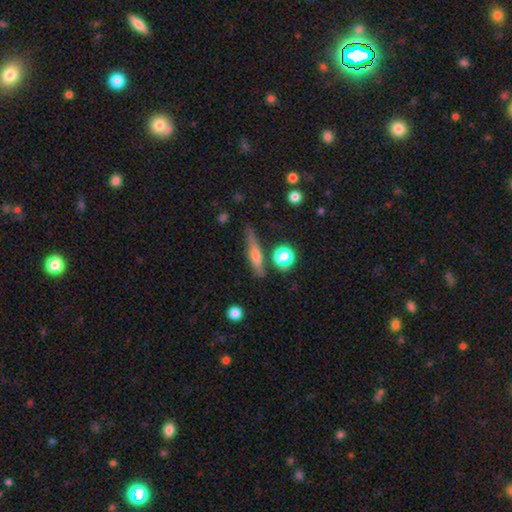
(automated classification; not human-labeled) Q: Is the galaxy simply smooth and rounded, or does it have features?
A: smooth — 49%.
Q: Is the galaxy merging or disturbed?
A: none — 76%.